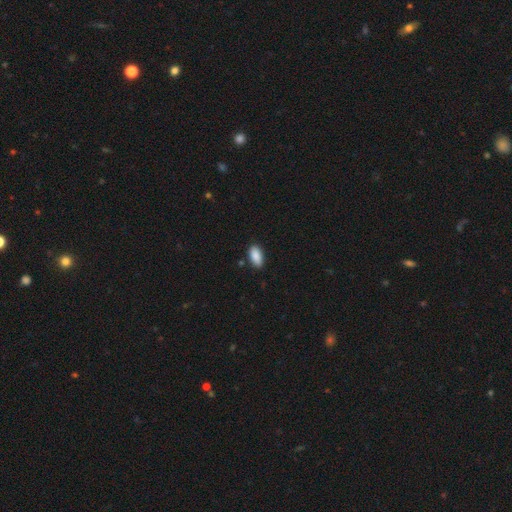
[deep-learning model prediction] A smooth galaxy with no disk features (89%) that is in between round and cigar-shaped (93%).

Vote fractions:
- Smooth or featured? smooth: 89% / star or artifact: 7% / featured or disk: 4%
- How rounded? in between: 93% / cigar-shaped: 5% / round: 2%
- Merging? none: 85% / minor disturbance: 11% / major disturbance: 2% / merger: 2%